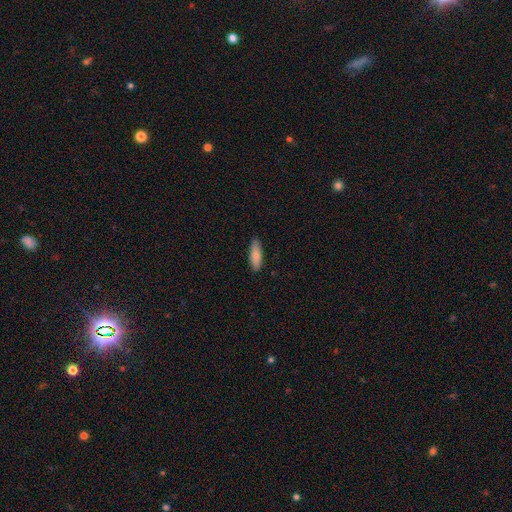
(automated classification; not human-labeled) smooth_or_featured: smooth (p=0.85) [alt: featured or disk p=0.10]
how_rounded: cigar-shaped (p=0.52) [alt: in between p=0.47]
merging: none (p=0.87) [alt: minor disturbance p=0.10]